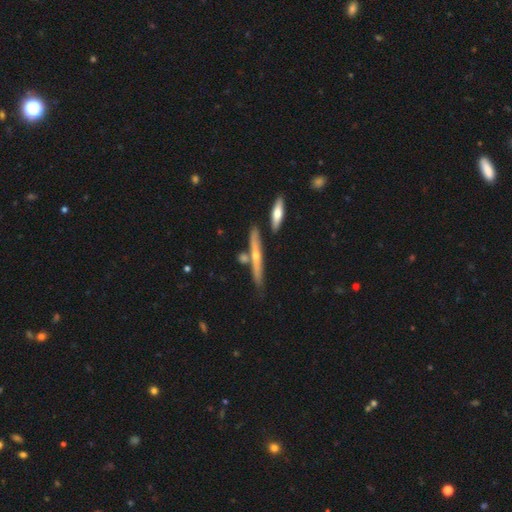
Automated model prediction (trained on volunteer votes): Morphology: type=featured or disk (64%); edge-on=yes (93%); edge-on bulge=rounded (77%); merging=none (76%).